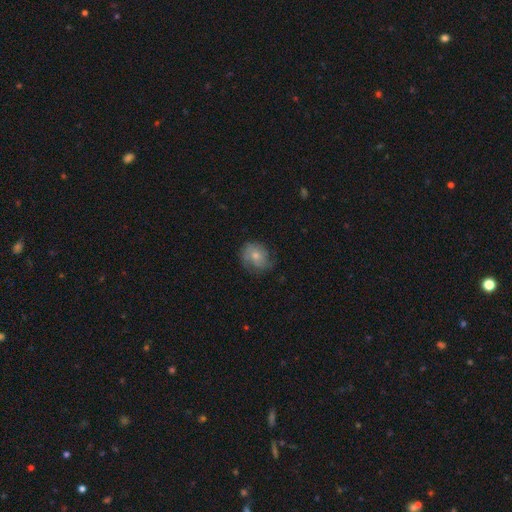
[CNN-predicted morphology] smooth-or-featured: featured or disk: 46% | smooth: 45% | star or artifact: 9%
  merging: none: 63% | minor disturbance: 24% | major disturbance: 11% | merger: 1%